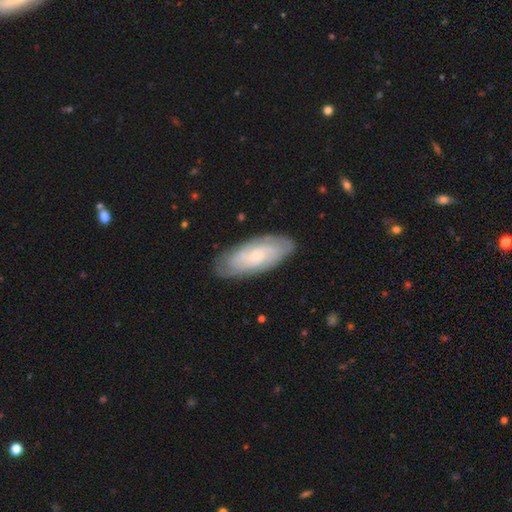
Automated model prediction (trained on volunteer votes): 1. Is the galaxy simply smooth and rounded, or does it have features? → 65% featured or disk, 29% smooth, 6% star or artifact.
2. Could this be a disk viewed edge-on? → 90% no, 10% yes.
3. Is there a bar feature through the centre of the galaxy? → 73% no, 23% weak, 4% strong.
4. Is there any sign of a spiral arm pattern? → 88% yes, 12% no.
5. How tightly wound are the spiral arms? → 67% tight, 26% medium, 7% loose.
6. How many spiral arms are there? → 53% can't tell, 22% 2, 10% 3, 7% 4, 4% more than 4, 4% 1.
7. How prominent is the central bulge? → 70% small, 24% moderate, 3% none, 2% large, 1% dominant.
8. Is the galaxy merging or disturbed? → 82% none, 14% minor disturbance, 3% major disturbance, 1% merger.